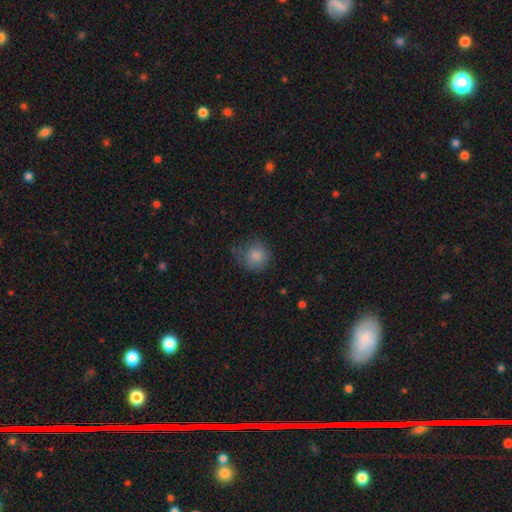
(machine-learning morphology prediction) type=smooth (82%); roundness=round (83%); merging=none (54%).